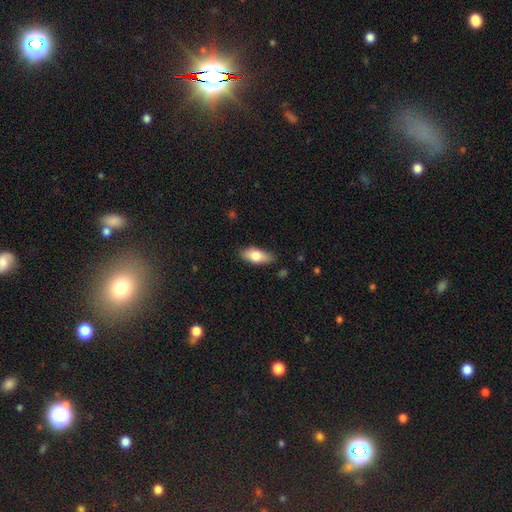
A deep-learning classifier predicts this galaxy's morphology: The model was most divided on "smooth or featured": smooth: 74%, featured or disk: 20%, star or artifact: 6%. More confident: merging — none (83%); how rounded — in between (81%).